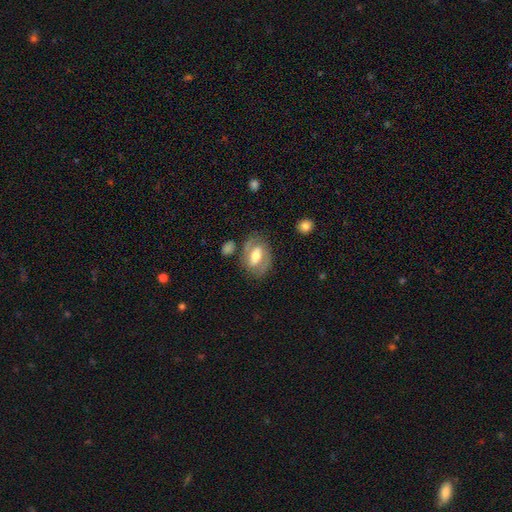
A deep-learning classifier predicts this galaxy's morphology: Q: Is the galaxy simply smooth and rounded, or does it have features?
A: featured or disk — 59%.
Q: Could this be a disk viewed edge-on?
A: no — 93%.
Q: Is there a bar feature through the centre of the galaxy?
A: weak — 39%.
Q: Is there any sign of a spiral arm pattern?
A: yes — 64%.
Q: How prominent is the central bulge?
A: moderate — 66%.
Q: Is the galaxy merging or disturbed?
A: none — 70%.